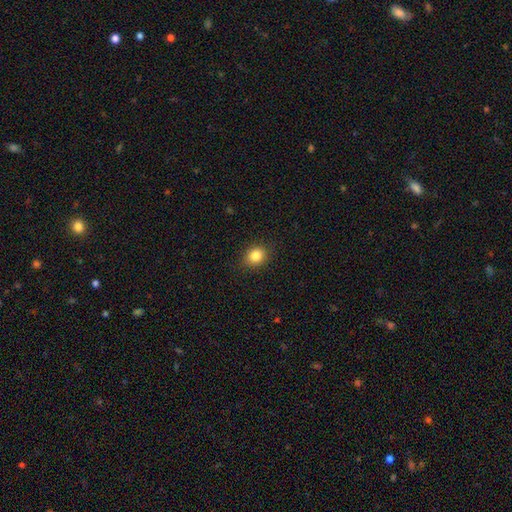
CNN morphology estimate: Smooth or featured? Predicted: smooth (p=0.84). How rounded? Predicted: round (p=0.64). Merging? Predicted: none (p=0.88).